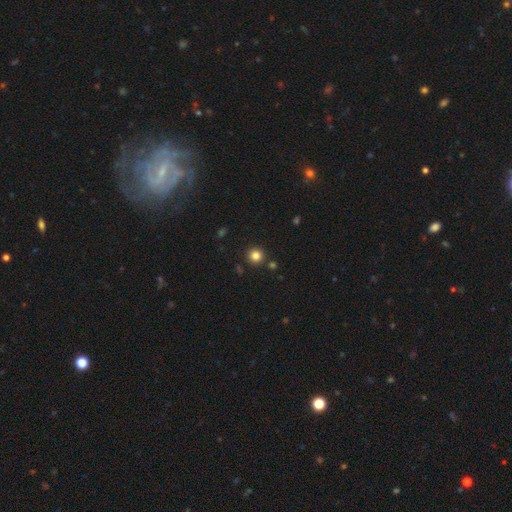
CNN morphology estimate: This appears to be a smooth galaxy with no disk features (83%) that is round (94%). Merging: none (89%).